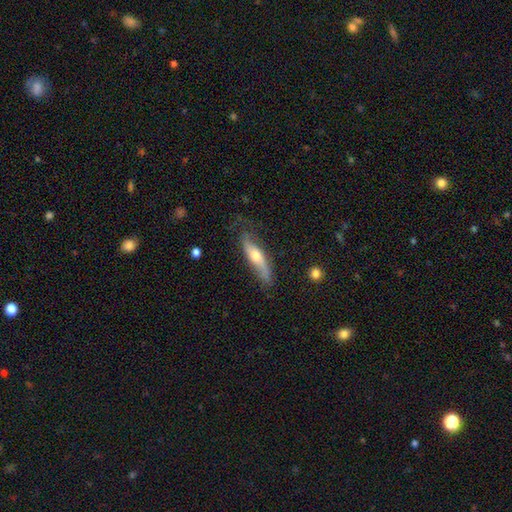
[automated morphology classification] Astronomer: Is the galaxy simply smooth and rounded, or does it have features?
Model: featured or disk — 55% (runner-up: smooth, 39%).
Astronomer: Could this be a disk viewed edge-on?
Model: yes — 58% (runner-up: no, 42%).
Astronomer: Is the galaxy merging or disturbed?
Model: none — 62%.